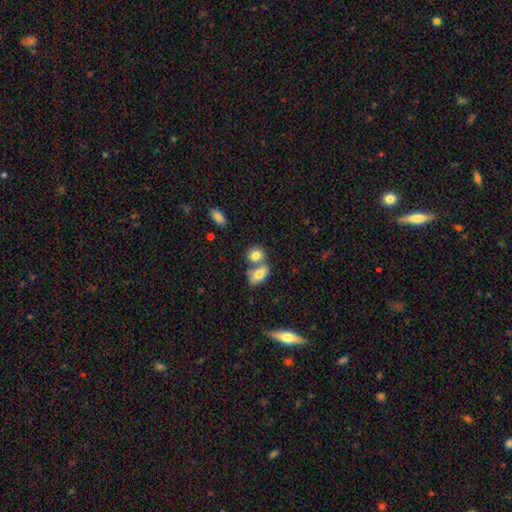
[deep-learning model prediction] This appears to be a smooth galaxy with no disk features (81%) that is in between round and cigar-shaped (56%). Merging: merger (45%).